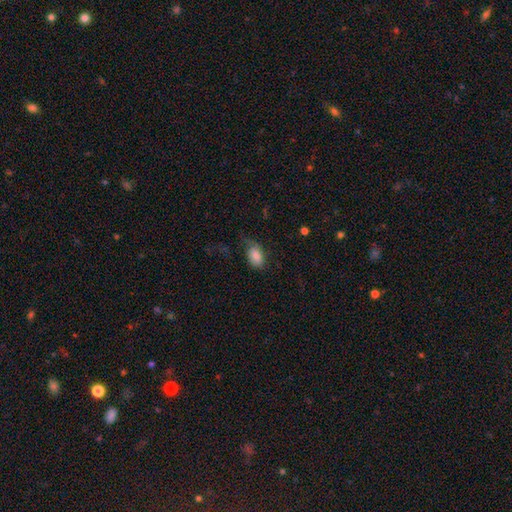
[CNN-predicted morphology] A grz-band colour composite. It shows a smooth galaxy with no disk features (78%) that is in between round and cigar-shaped (92%). Merging: none (44%).